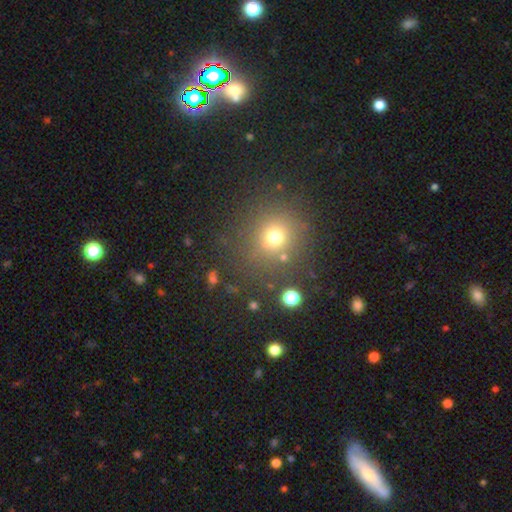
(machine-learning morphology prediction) A smooth galaxy with no disk features (52%) that is round (91%).

Vote fractions:
- Smooth or featured? smooth: 52% / star or artifact: 39% / featured or disk: 9%
- How rounded? round: 91% / in between: 8% / cigar-shaped: 1%
- Merging? none: 84% / minor disturbance: 8% / merger: 5% / major disturbance: 4%